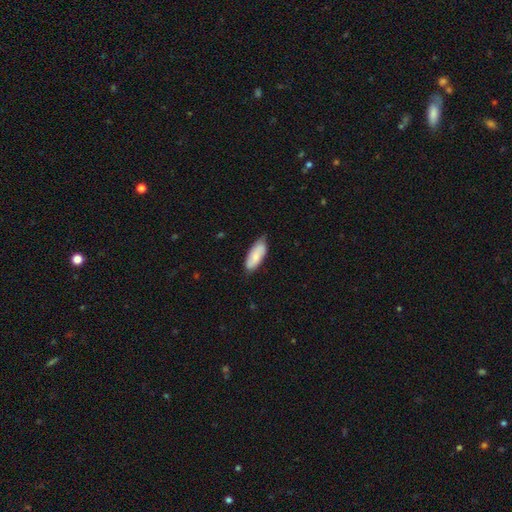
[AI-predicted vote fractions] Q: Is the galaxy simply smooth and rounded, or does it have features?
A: smooth — 77%.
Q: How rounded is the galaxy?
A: in between — 81%.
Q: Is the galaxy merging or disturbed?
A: none — 70%.